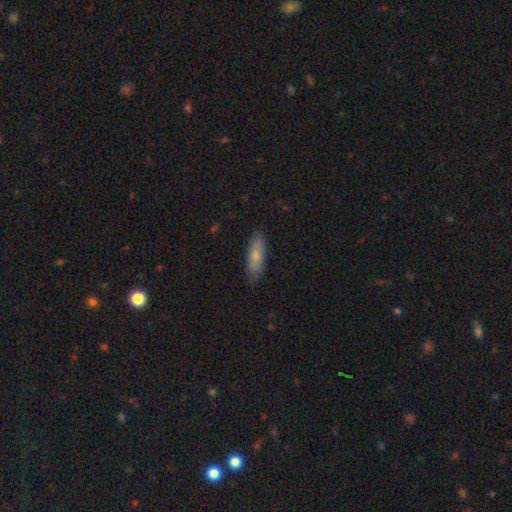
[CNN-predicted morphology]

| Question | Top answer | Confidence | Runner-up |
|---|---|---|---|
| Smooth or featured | smooth | 77% | featured or disk (17%) |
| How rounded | cigar-shaped | 49% | tied: in between (49%) |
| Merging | none | 83% | minor disturbance (13%) |